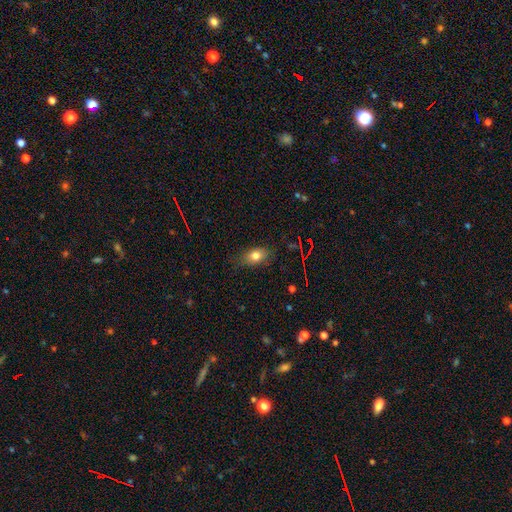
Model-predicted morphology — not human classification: This appears to be a smooth galaxy with no disk features (77%) that is in between round and cigar-shaped (79%). Merging: none (76%).